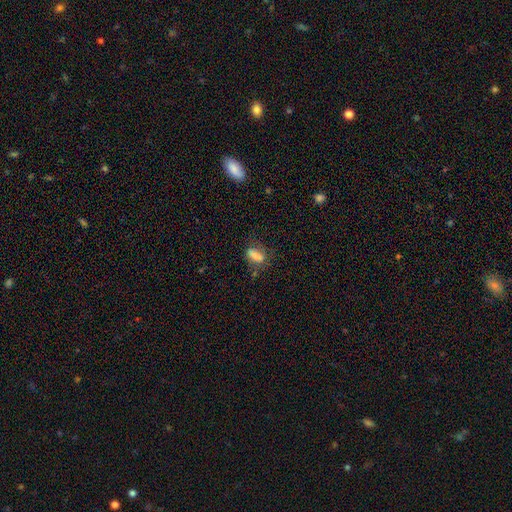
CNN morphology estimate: Smooth or featured? Predicted: smooth (p=0.73). How rounded? Predicted: in between (p=0.68). Merging? Predicted: none (p=0.59).